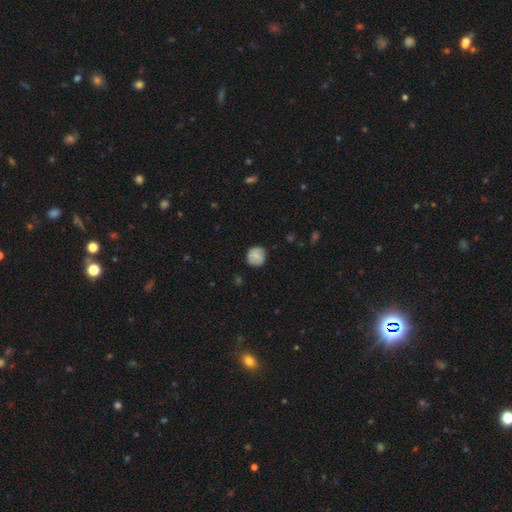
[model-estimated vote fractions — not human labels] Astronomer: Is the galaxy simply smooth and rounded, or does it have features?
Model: smooth — 72%.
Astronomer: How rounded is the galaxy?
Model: round — 89%.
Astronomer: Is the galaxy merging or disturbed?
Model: none — 78%.